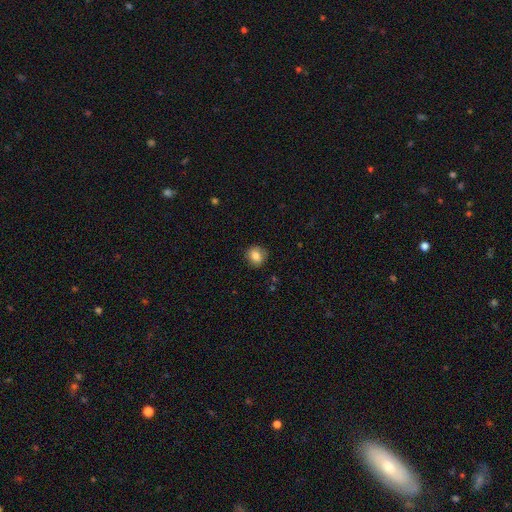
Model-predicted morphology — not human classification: Q: Smooth or featured?
A: smooth (83%); runner-up: star or artifact (9%)
Q: How rounded?
A: round (76%); runner-up: in between (23%)
Q: Merging?
A: none (85%); runner-up: minor disturbance (11%)